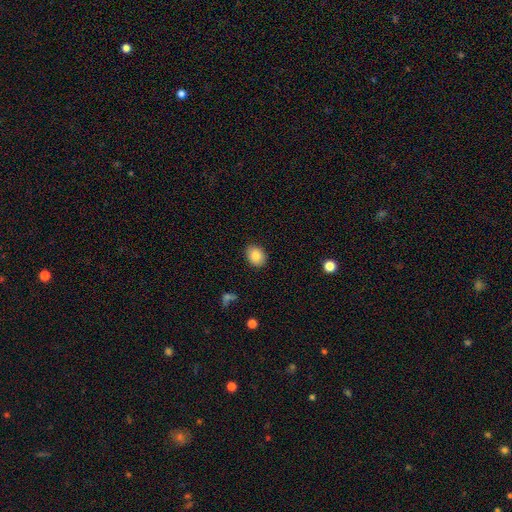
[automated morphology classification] This appears to be a smooth galaxy with no disk features (86%) that is in between round and cigar-shaped (54%). Merging: none (87%).